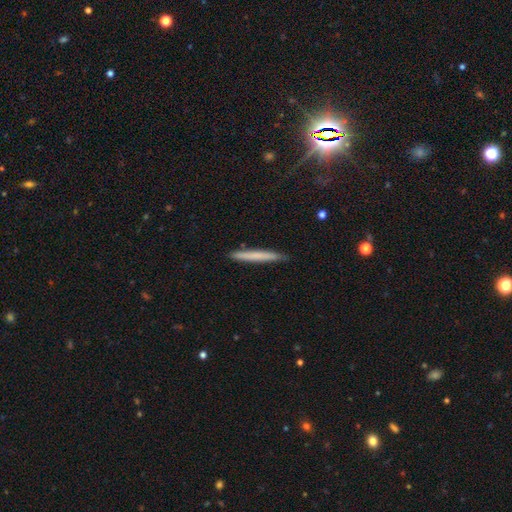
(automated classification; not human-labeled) A smooth galaxy with no disk features (65%) that is cigar-shaped (97%).

Vote fractions:
- Smooth or featured? smooth: 65% / featured or disk: 29% / star or artifact: 6%
- How rounded? cigar-shaped: 97% / in between: 2% / round: 1%
- Merging? none: 90% / minor disturbance: 8% / major disturbance: 1% / merger: 1%